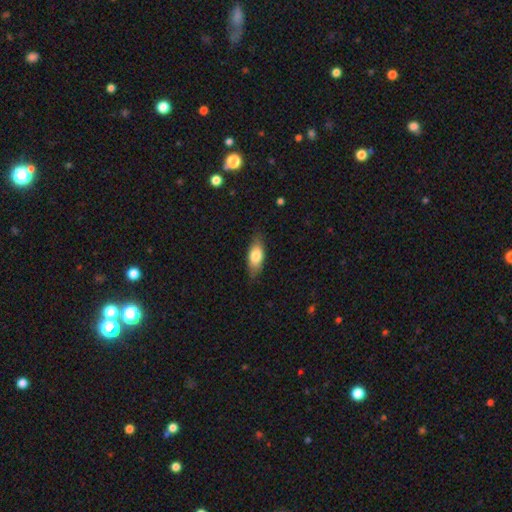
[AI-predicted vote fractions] smooth 77%, featured or disk 17%, star or artifact 6%. Down the decision tree: how rounded — in between (83%); merging — none (79%).